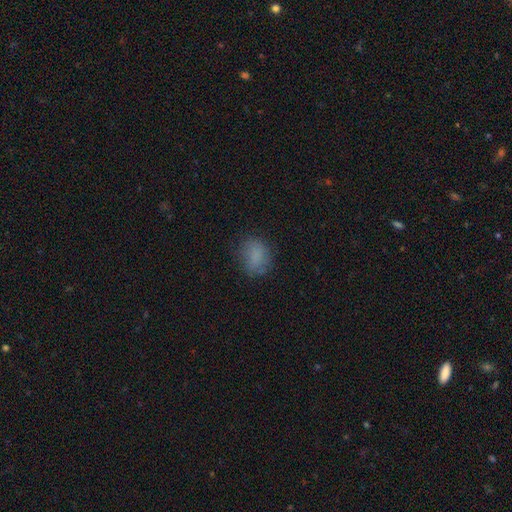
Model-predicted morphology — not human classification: Overall: smooth (81%). How rounded: in between (50%; round 48%). Merging: none (74%).